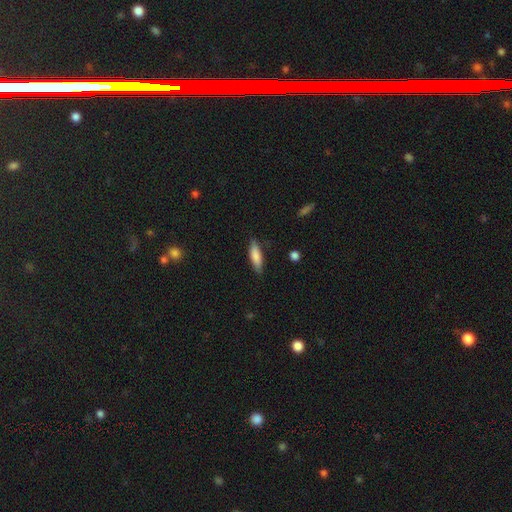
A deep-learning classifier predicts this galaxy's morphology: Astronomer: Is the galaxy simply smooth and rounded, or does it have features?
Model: smooth — 78%.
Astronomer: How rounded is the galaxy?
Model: cigar-shaped — 56% (runner-up: in between, 42%).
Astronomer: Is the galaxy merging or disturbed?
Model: none — 81%.